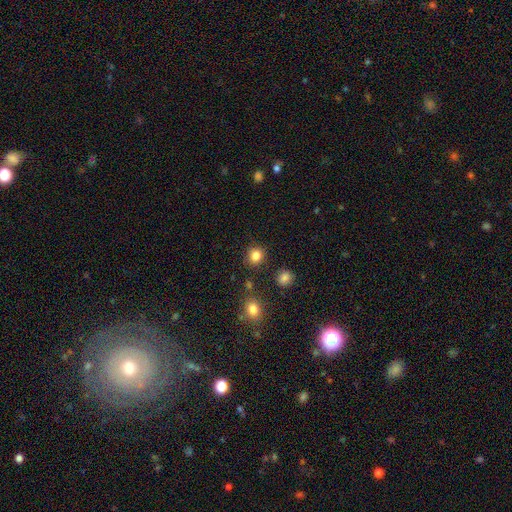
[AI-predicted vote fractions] Overall: smooth (84%). How rounded: round (86%). Merging: none (87%).